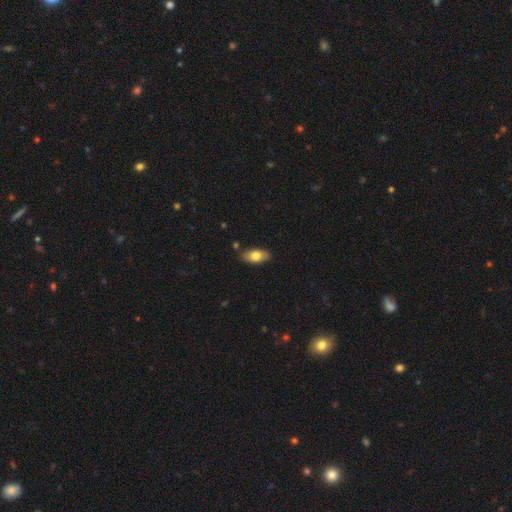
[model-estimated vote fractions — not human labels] Smooth or featured? Predicted: smooth (p=0.76). How rounded? Predicted: in between (p=0.90). Merging? Predicted: none (p=0.84).